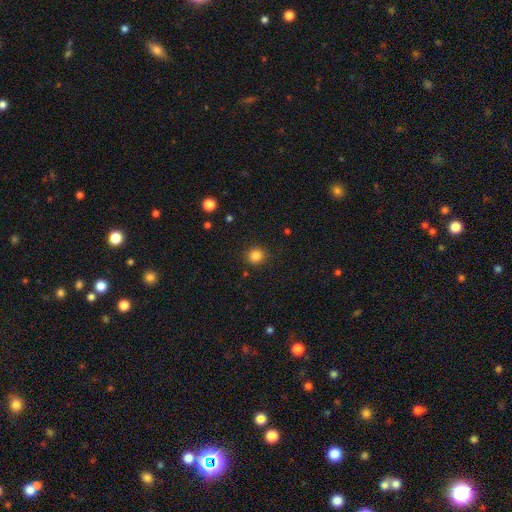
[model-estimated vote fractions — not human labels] Overall: smooth (84%). How rounded: round (89%). Merging: none (88%).